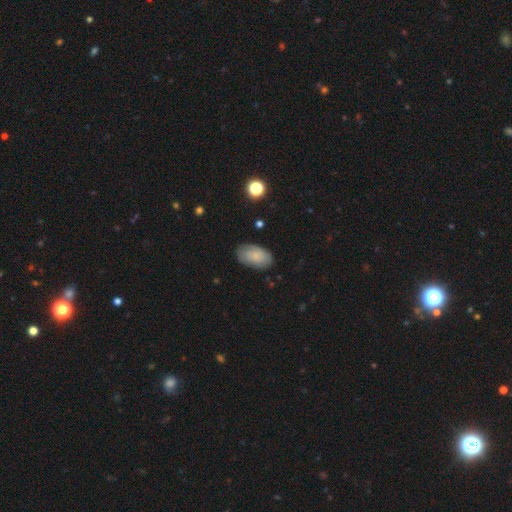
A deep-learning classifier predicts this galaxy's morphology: A smooth galaxy with no disk features (67%) that is in between round and cigar-shaped (94%).

Vote fractions:
- Smooth or featured? smooth: 67% / featured or disk: 26% / star or artifact: 8%
- How rounded? in between: 94% / round: 5% / cigar-shaped: 2%
- Merging? none: 79% / minor disturbance: 16% / major disturbance: 4% / merger: 1%